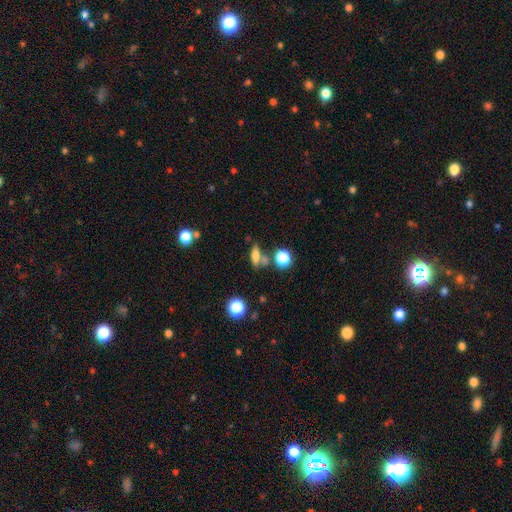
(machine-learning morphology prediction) smooth 59%, featured or disk 26%, star or artifact 15%. Down the decision tree: how rounded — in between (49%); merging — none (58%).